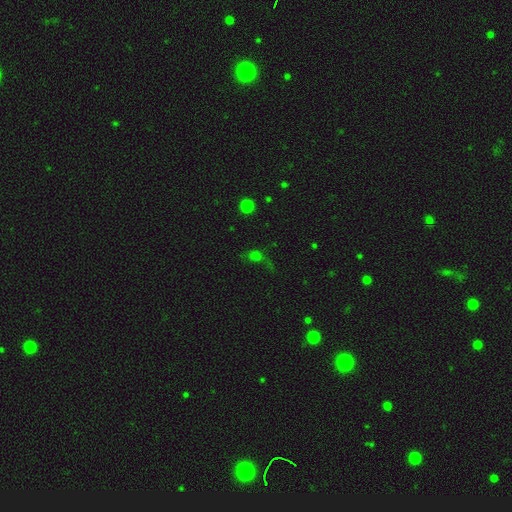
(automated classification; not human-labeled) smooth-or-featured: smooth: 52% | star or artifact: 36% | featured or disk: 12%
  how-rounded: round: 48% | in between: 47% | cigar-shaped: 4%
  merging: none: 44% | major disturbance: 30% | minor disturbance: 18% | merger: 9%